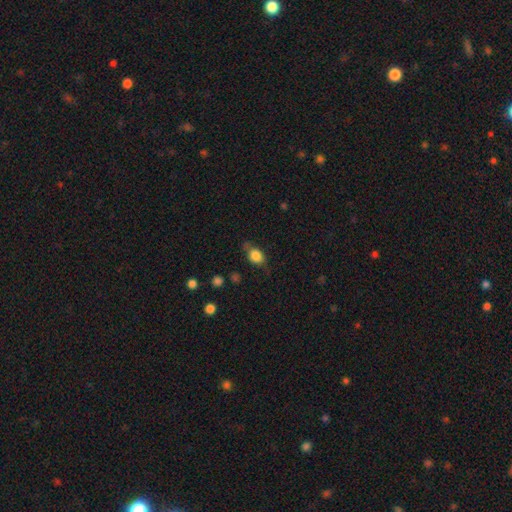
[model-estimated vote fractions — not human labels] The model was most divided on "how rounded": in between: 58%, round: 39%, cigar-shaped: 3%. More confident: smooth or featured — smooth (78%); merging — none (63%).